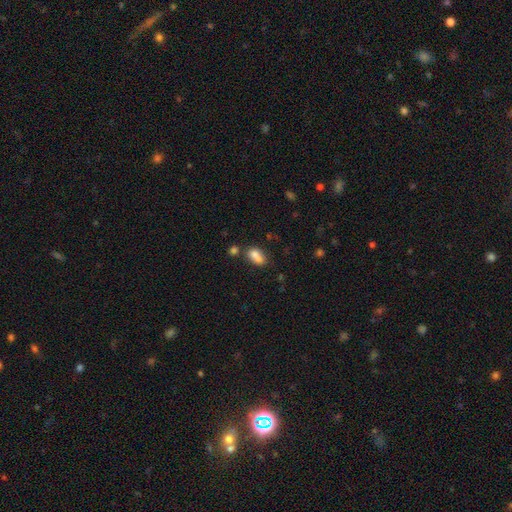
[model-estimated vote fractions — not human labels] Smooth or featured: smooth — 79% (featured or disk — 11%)
How rounded: in between — 80% (round — 15%)
Merging: none — 40% (merger — 35%)